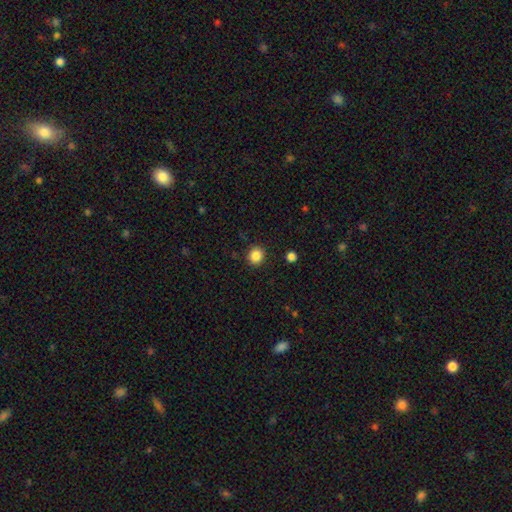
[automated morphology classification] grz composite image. It shows a smooth galaxy with no disk features (86%) that is round (87%). Merging: none (91%).